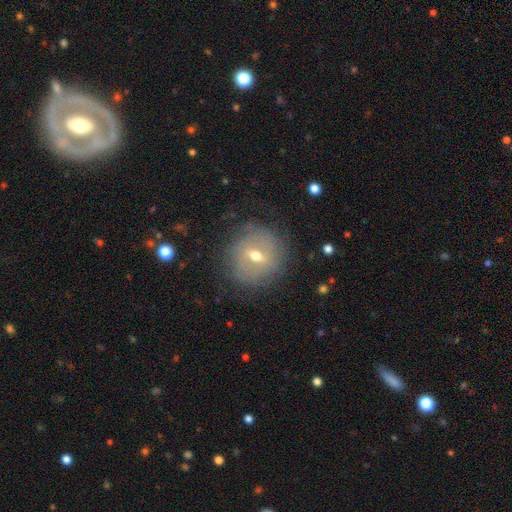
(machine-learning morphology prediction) A featured or disk galaxy (55%) with a weak bar (50%), no spiral arms (53%) and a moderate central bulge (62%).

Vote fractions:
- Smooth or featured? featured or disk: 55% / smooth: 33% / star or artifact: 12%
- Edge-on disk? no: 91% / yes: 9%
- Bar? weak: 50% / no: 25% / strong: 25%
- Spiral arms? no: 53% / yes: 47%
- Bulge size? moderate: 62% / small: 34% / large: 3% / none: 1% / dominant: 1%
- Merging? none: 78% / minor disturbance: 14% / major disturbance: 6% / merger: 1%